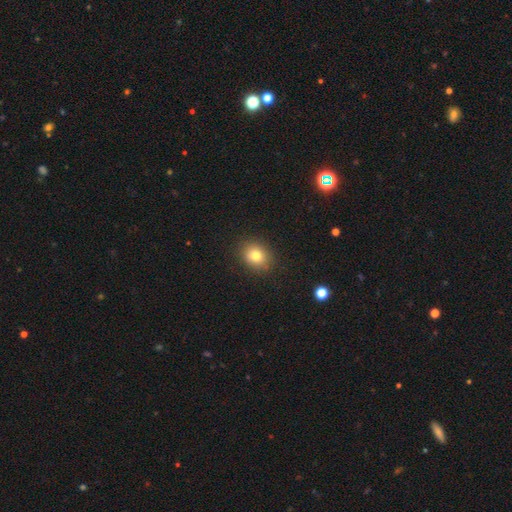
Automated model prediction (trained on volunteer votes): The model was most divided on "how rounded": round: 69%, in between: 31%, cigar-shaped: 1%. More confident: merging — none (88%); smooth or featured — smooth (79%).